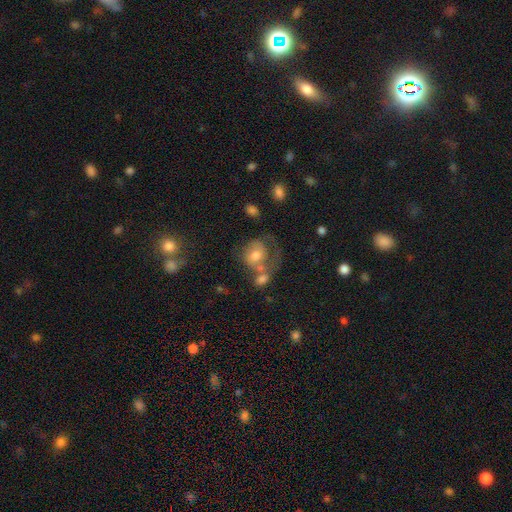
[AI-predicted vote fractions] Smooth or featured?
  - smooth: 47% *
  - featured or disk: 43%
  - star or artifact: 10%
Merging?
  - none: 31% *
  - merger: 28%
  - major disturbance: 24%
  - minor disturbance: 17%